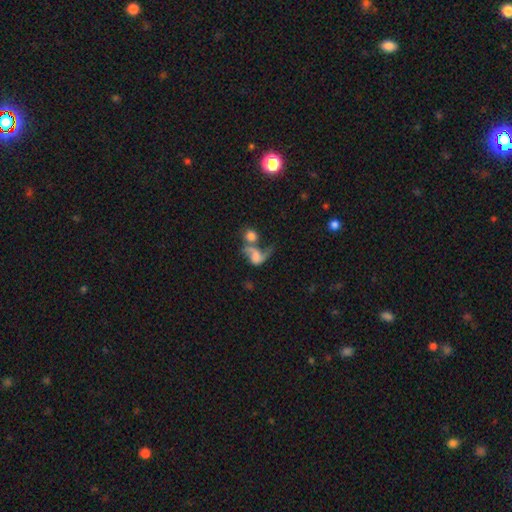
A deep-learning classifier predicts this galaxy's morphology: smooth_or_featured: featured or disk (p=0.47) [alt: smooth p=0.41]
merging: merger (p=0.54) [alt: major disturbance p=0.22]